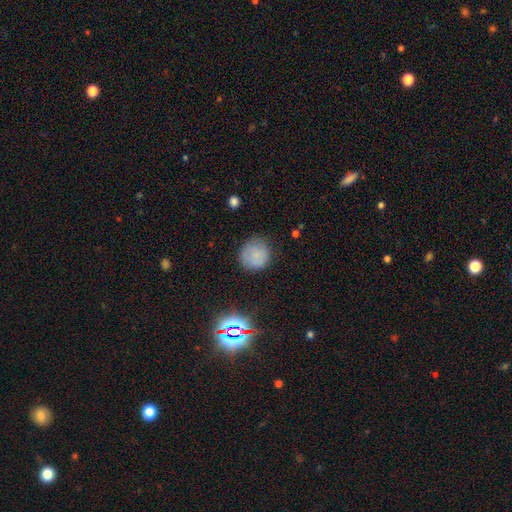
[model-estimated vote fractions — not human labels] A smooth galaxy with no disk features (78%) that is round (91%).

Vote fractions:
- Smooth or featured? smooth: 78% / star or artifact: 11% / featured or disk: 11%
- How rounded? round: 91% / in between: 8% / cigar-shaped: 1%
- Merging? none: 78% / minor disturbance: 16% / major disturbance: 5% / merger: 1%